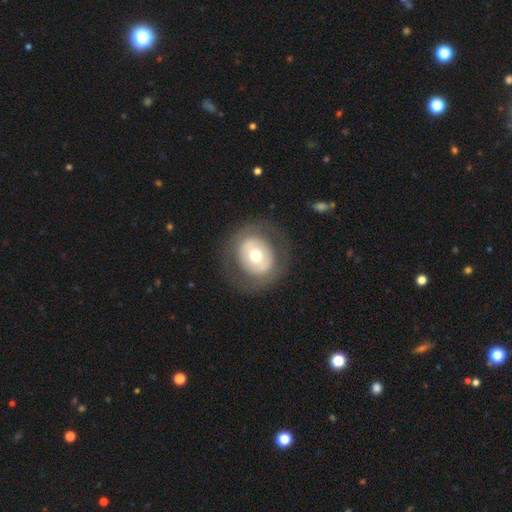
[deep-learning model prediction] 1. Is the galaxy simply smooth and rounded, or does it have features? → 47% smooth, 46% featured or disk, 7% star or artifact.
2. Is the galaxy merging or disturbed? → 82% none, 10% minor disturbance, 8% major disturbance, 1% merger.